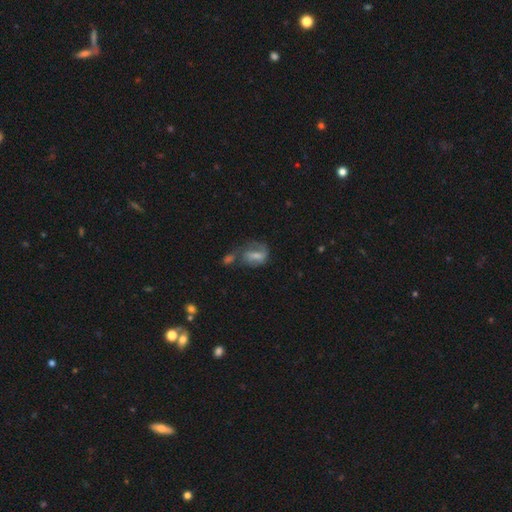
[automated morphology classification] Smooth or featured?
  - smooth: 48% *
  - featured or disk: 42%
  - star or artifact: 10%
Merging?
  - merger: 29% *
  - none: 27%
  - major disturbance: 24%
  - minor disturbance: 20%